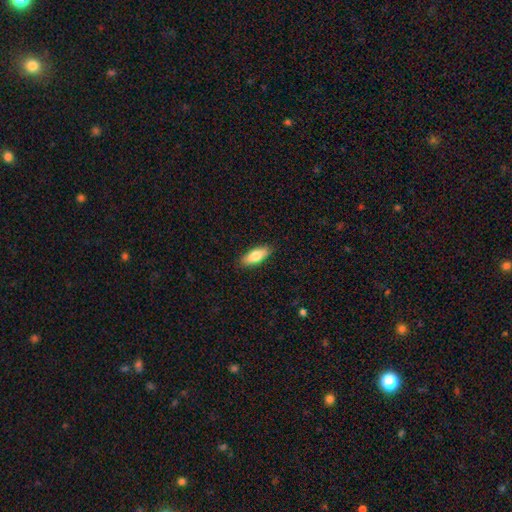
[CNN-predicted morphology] Smooth or featured: smooth — 78% (featured or disk — 16%)
How rounded: in between — 75% (cigar-shaped — 23%)
Merging: none — 87% (minor disturbance — 10%)